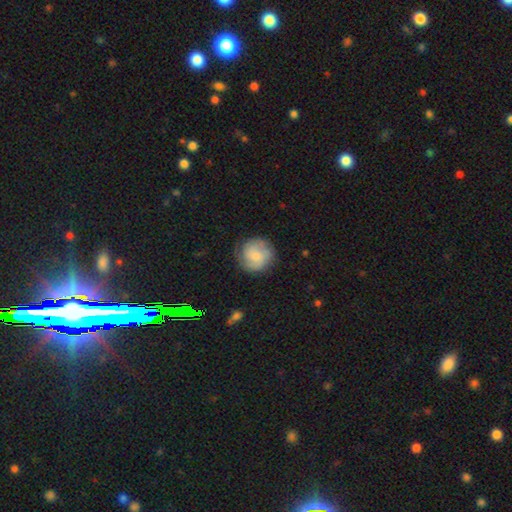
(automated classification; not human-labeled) smooth 55%, featured or disk 38%, star or artifact 7%. Down the decision tree: how rounded — round (91%); merging — none (72%).